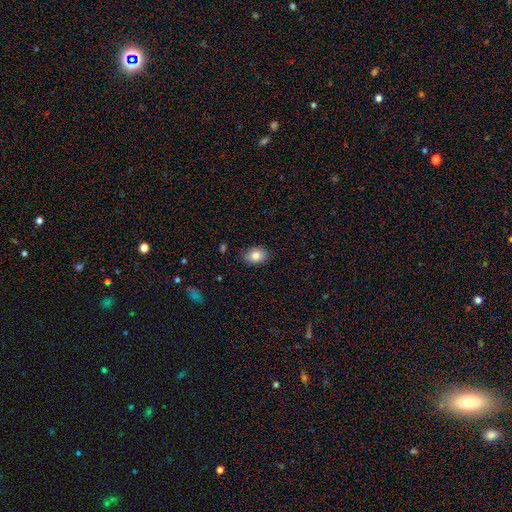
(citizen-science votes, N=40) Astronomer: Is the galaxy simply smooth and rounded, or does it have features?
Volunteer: smooth — 85%.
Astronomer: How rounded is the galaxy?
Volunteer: in between — 82%.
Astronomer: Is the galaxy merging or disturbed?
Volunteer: none — 92%.